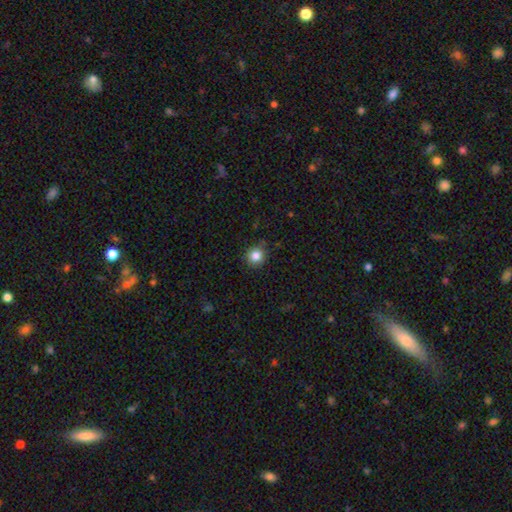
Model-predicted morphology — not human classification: smooth-or-featured: smooth: 84% | star or artifact: 11% | featured or disk: 5%
  how-rounded: round: 91% | in between: 8% | cigar-shaped: 1%
  merging: none: 87% | minor disturbance: 10% | major disturbance: 2% | merger: 1%